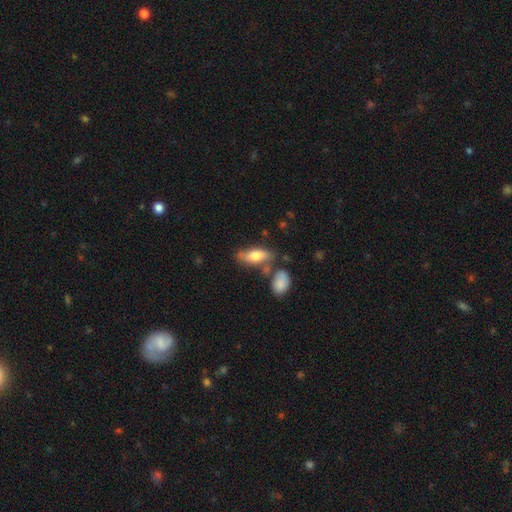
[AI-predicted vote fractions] Morphology: type=smooth (66%); roundness=in between (69%); merging=none (63%).